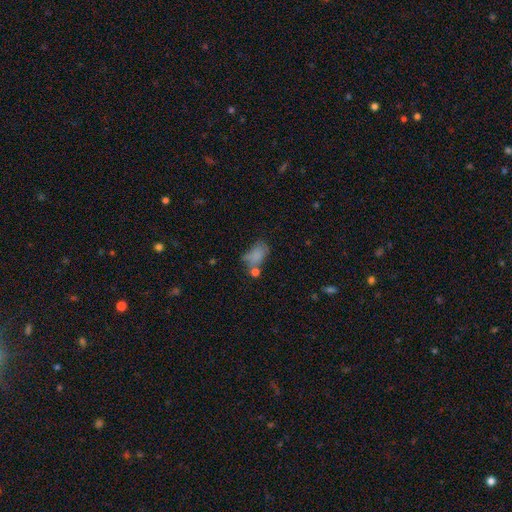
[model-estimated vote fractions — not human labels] smooth 74%, featured or disk 13%, star or artifact 13%. Down the decision tree: how rounded — in between (85%); merging — none (36%).